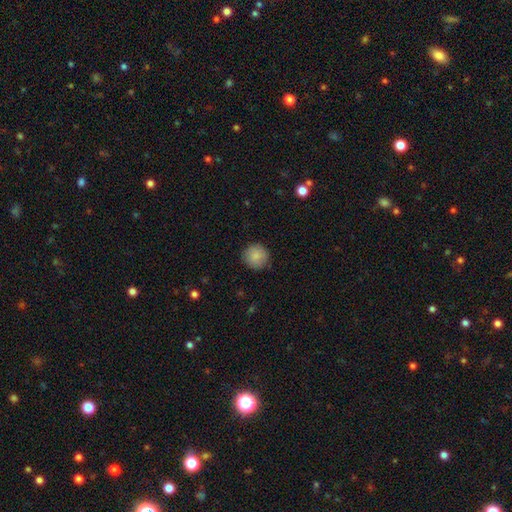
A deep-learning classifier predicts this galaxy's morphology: smooth-or-featured: smooth: 87% | star or artifact: 7% | featured or disk: 5%
  how-rounded: round: 94% | in between: 5% | cigar-shaped: 1%
  merging: none: 88% | minor disturbance: 9% | major disturbance: 2% | merger: 1%